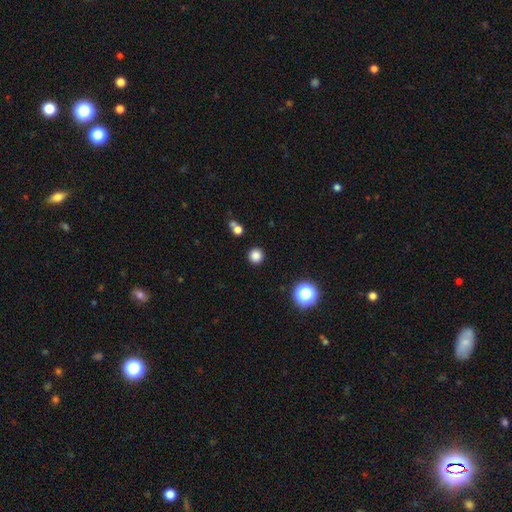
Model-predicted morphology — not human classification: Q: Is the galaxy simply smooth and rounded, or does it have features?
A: smooth — 83%.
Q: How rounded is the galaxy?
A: round — 95%.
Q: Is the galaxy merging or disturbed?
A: none — 90%.